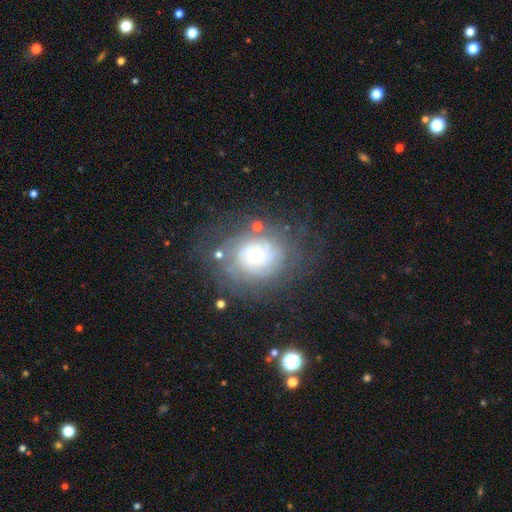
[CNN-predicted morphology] The model was most divided on "spiral arm count": can't tell: 47%, 2: 19%, 3: 13%, 4: 10%, more than 4: 7%, 1: 5%. More confident: edge-on disk — no (97%); spiral arms — yes (89%); bar — no (80%); smooth or featured — featured or disk (73%); spiral winding — tight (71%); merging — none (66%); bulge size — small (58%).